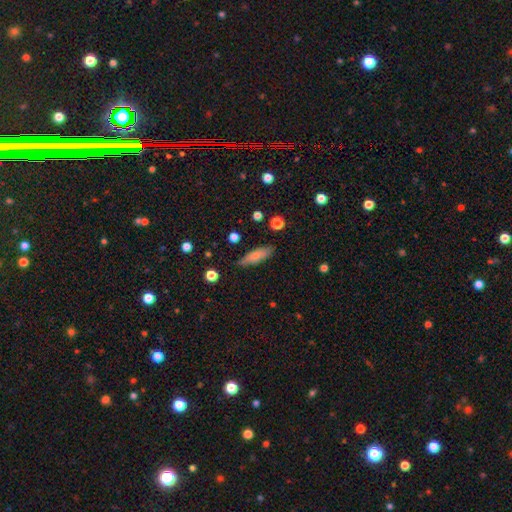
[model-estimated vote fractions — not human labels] Smooth or featured? smooth (77%)
How rounded? cigar-shaped (52%)
Merging? none (82%)